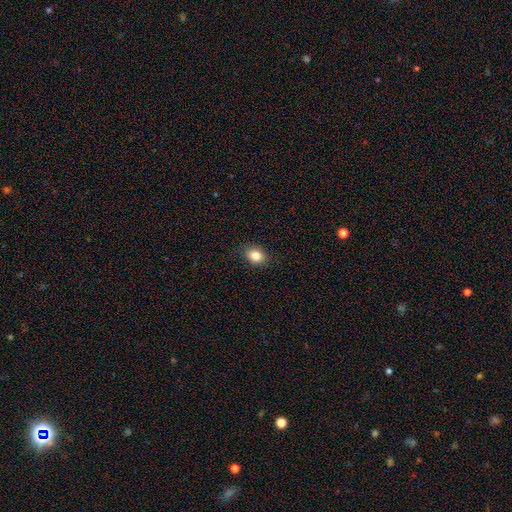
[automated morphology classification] smooth_or_featured: smooth (p=0.84) [alt: star or artifact p=0.10]
how_rounded: in between (p=0.51) [alt: round p=0.48]
merging: none (p=0.87) [alt: minor disturbance p=0.10]